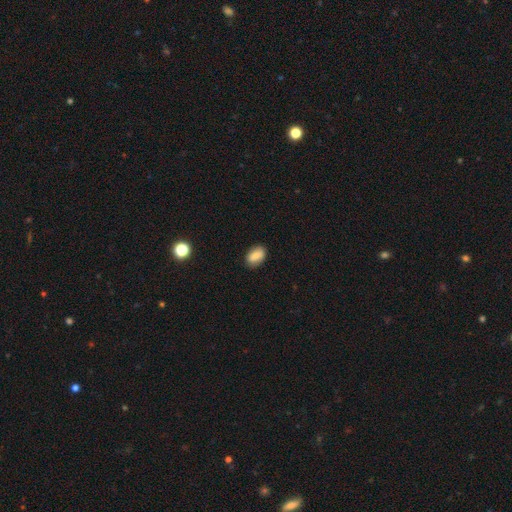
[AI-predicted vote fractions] Q: Smooth or featured?
A: smooth (81%); runner-up: featured or disk (11%)
Q: How rounded?
A: in between (88%); runner-up: round (10%)
Q: Merging?
A: none (84%); runner-up: minor disturbance (13%)